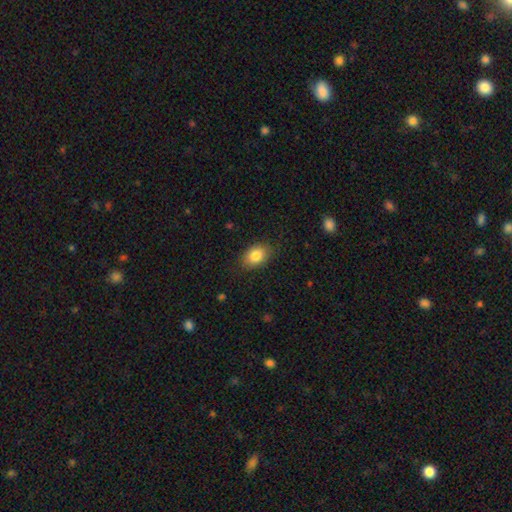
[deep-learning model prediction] The model was most divided on "how rounded": in between: 84%, round: 14%, cigar-shaped: 1%. More confident: merging — none (84%); smooth or featured — smooth (84%).